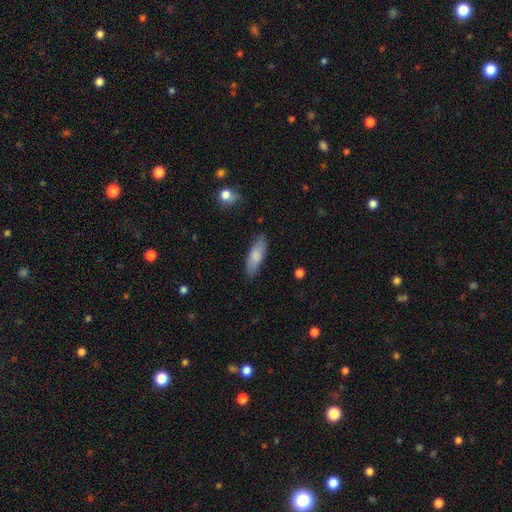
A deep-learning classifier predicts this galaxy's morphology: smooth 81%, featured or disk 13%, star or artifact 6%. Down the decision tree: how rounded — in between (58%); merging — none (85%).